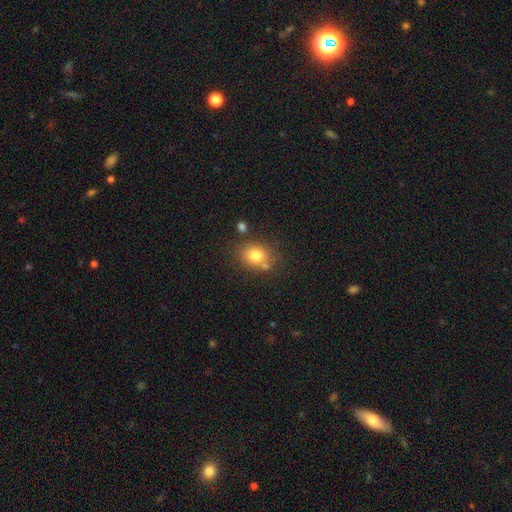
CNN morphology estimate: smooth_or_featured: smooth (p=0.78) [alt: star or artifact p=0.11]
how_rounded: round (p=0.52) [alt: in between p=0.47]
merging: none (p=0.67) [alt: minor disturbance p=0.15]